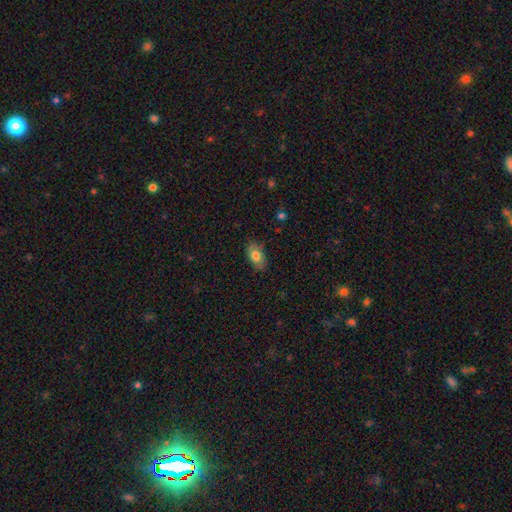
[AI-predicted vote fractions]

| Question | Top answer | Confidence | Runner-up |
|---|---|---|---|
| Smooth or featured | smooth | 77% | featured or disk (16%) |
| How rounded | in between | 90% | round (8%) |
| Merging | none | 80% | minor disturbance (16%) |